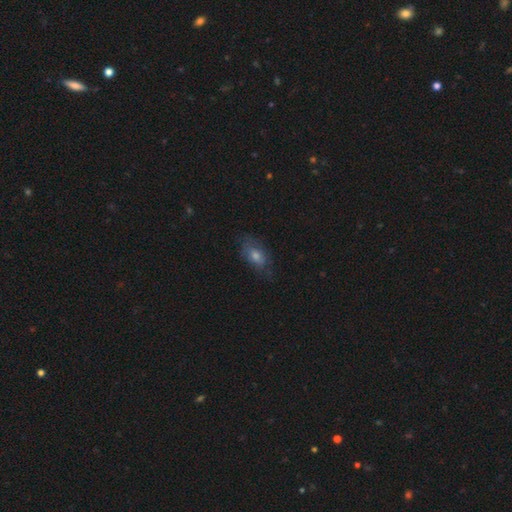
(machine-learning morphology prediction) Smooth or featured: smooth — 58% (featured or disk — 28%)
How rounded: in between — 83% (round — 13%)
Merging: none — 66% (minor disturbance — 23%)